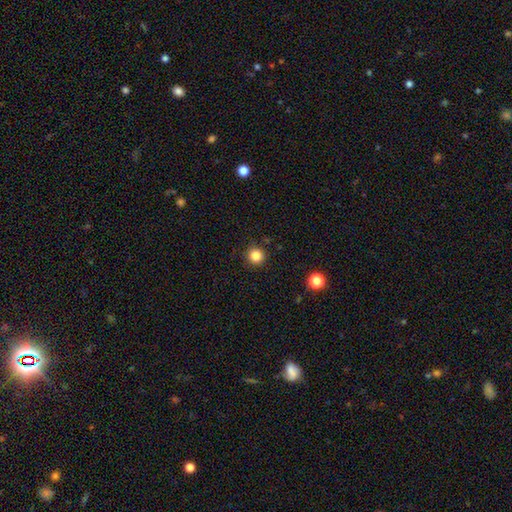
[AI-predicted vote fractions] Morphology: type=smooth (85%); roundness=round (95%); merging=none (90%).